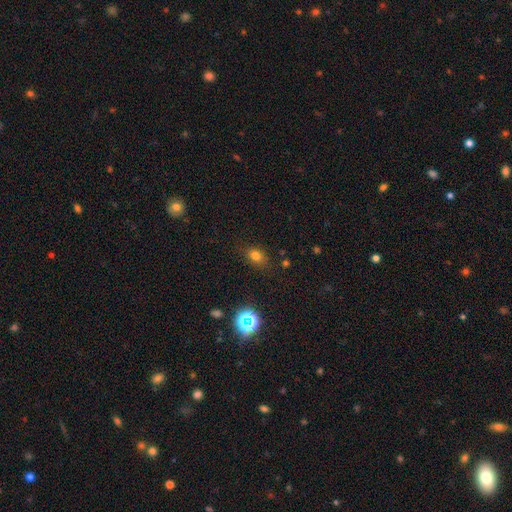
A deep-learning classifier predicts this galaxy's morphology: Smooth or featured? Predicted: smooth (p=0.73). How rounded? Predicted: in between (p=0.64). Merging? Predicted: none (p=0.81).